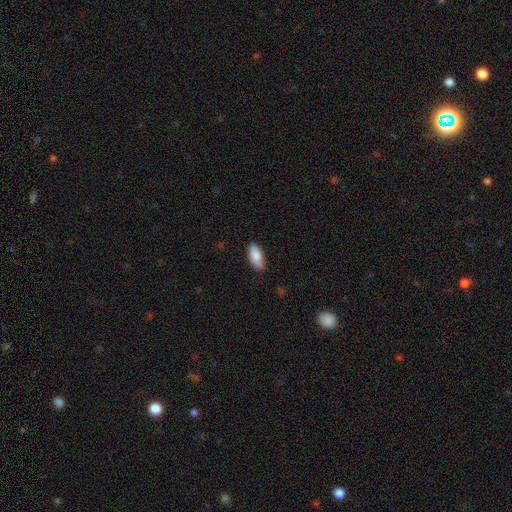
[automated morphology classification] Q: Smooth or featured?
A: smooth (89%); runner-up: star or artifact (6%)
Q: How rounded?
A: in between (87%); runner-up: cigar-shaped (11%)
Q: Merging?
A: none (85%); runner-up: minor disturbance (12%)